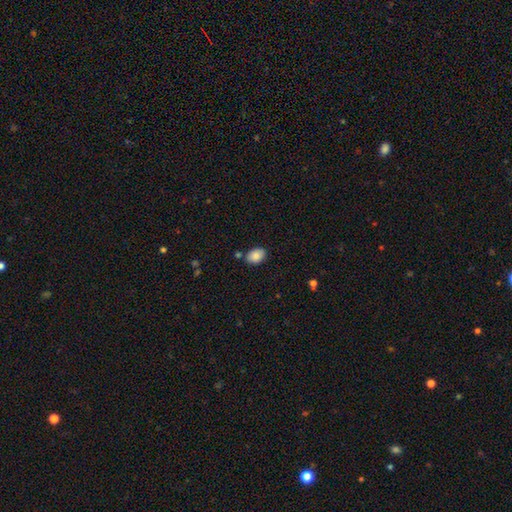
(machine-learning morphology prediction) smooth-or-featured: smooth: 87% | star or artifact: 8% | featured or disk: 5%
  how-rounded: in between: 77% | round: 22% | cigar-shaped: 1%
  merging: none: 80% | minor disturbance: 12% | merger: 5% | major disturbance: 3%